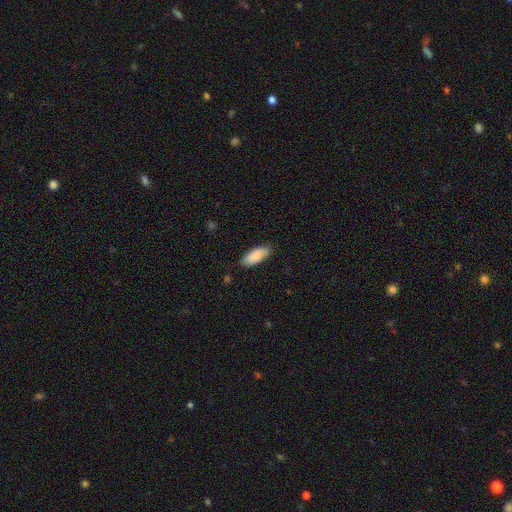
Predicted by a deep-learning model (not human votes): The model was most divided on "how rounded": in between: 81%, cigar-shaped: 18%, round: 2%. More confident: smooth or featured — smooth (88%); merging — none (82%).